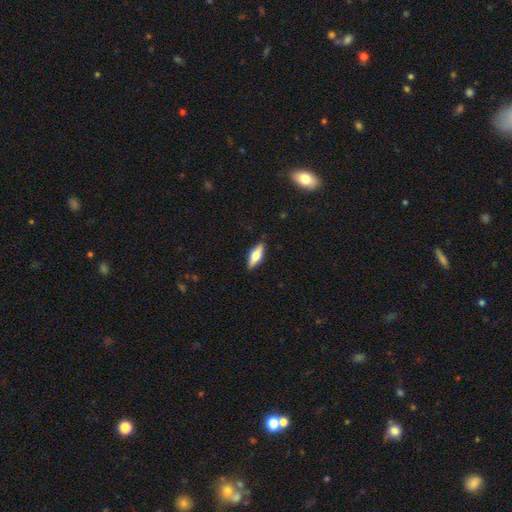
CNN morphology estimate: This is possibly a smooth galaxy (56%). How rounded: likely in between (60%). Merging: clearly none (88%).